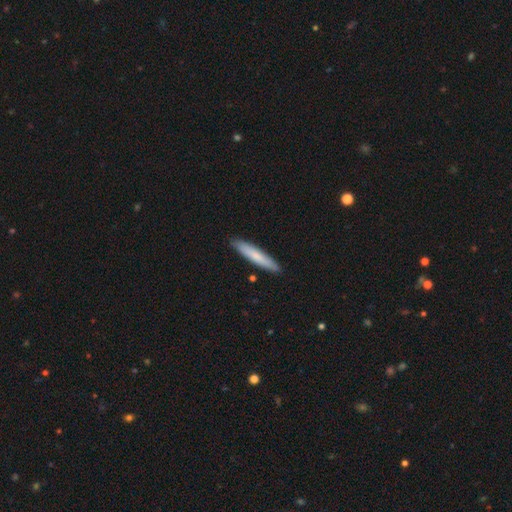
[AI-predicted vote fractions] Smooth or featured? Predicted: smooth (p=0.74). How rounded? Predicted: cigar-shaped (p=0.91). Merging? Predicted: none (p=0.90).